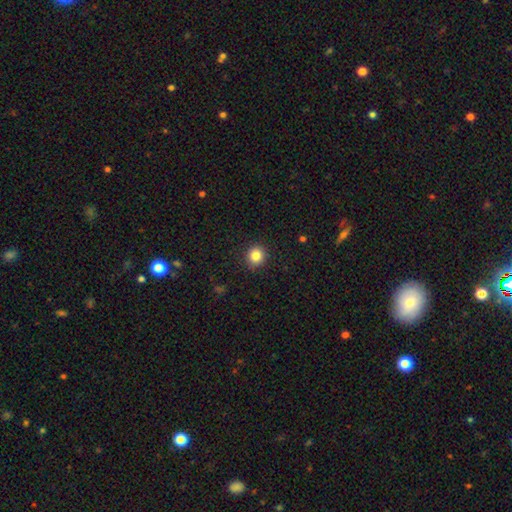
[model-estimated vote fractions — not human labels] Smooth or featured: smooth — 85% (star or artifact — 10%)
How rounded: round — 91% (in between — 8%)
Merging: none — 91% (minor disturbance — 6%)